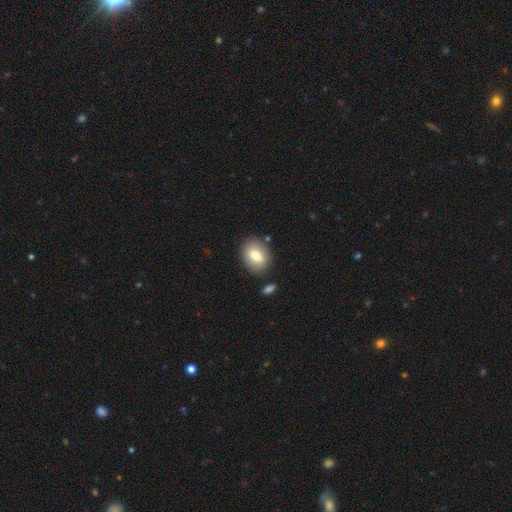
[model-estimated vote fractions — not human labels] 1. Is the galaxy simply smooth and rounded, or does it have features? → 74% smooth, 18% featured or disk, 8% star or artifact.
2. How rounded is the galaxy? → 67% in between, 31% round, 2% cigar-shaped.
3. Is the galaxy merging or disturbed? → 83% none, 10% minor disturbance, 4% merger, 3% major disturbance.